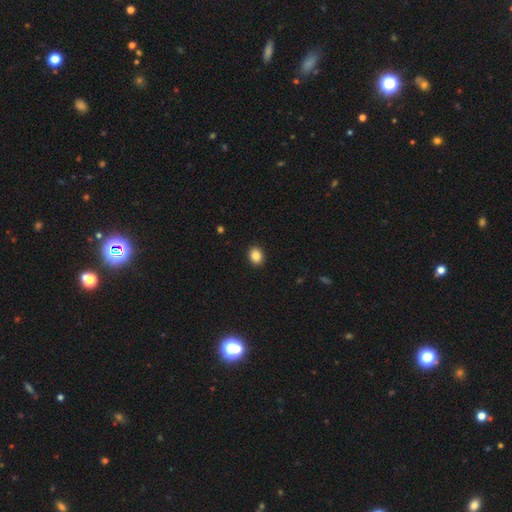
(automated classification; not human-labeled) smooth-or-featured: smooth: 87% | star or artifact: 9% | featured or disk: 4%
  how-rounded: round: 50% | in between: 49% | cigar-shaped: 1%
  merging: none: 91% | minor disturbance: 6% | major disturbance: 2% | merger: 1%